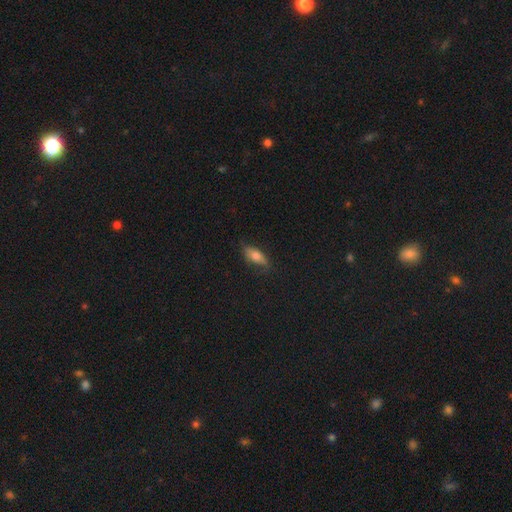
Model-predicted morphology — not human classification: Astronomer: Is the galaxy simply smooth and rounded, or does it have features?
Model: smooth — 69%.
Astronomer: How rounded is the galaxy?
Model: in between — 78%.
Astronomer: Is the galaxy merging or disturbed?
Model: none — 68%.